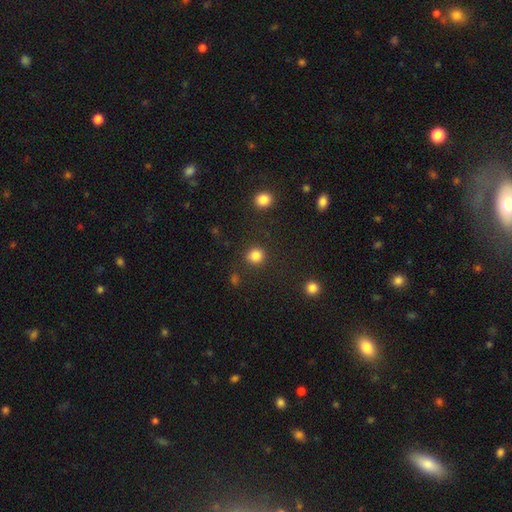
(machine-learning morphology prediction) Smooth or featured? smooth (85%)
How rounded? round (87%)
Merging? none (85%)